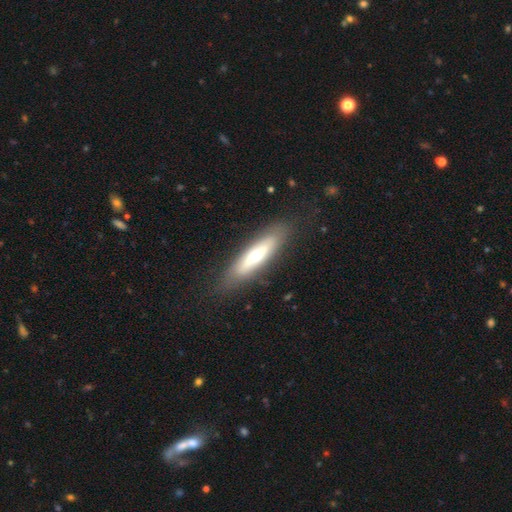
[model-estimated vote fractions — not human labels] Smooth or featured? Predicted: featured or disk (p=0.48). Merging? Predicted: none (p=0.80).